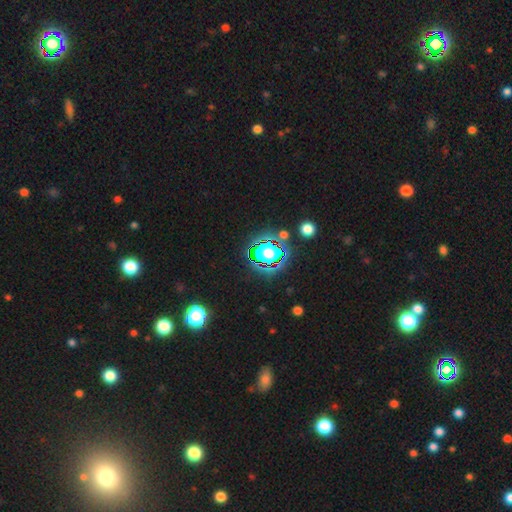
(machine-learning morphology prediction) smooth-or-featured: star or artifact: 80% | smooth: 12% | featured or disk: 8%